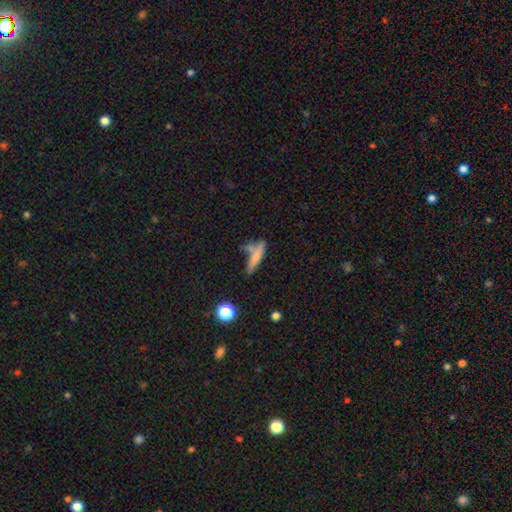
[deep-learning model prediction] Smooth or featured?
  - smooth: 65% *
  - featured or disk: 25%
  - star or artifact: 10%
How rounded?
  - cigar-shaped: 77% *
  - in between: 19%
  - round: 3%
Merging?
  - none: 49% *
  - merger: 21%
  - minor disturbance: 20%
  - major disturbance: 11%